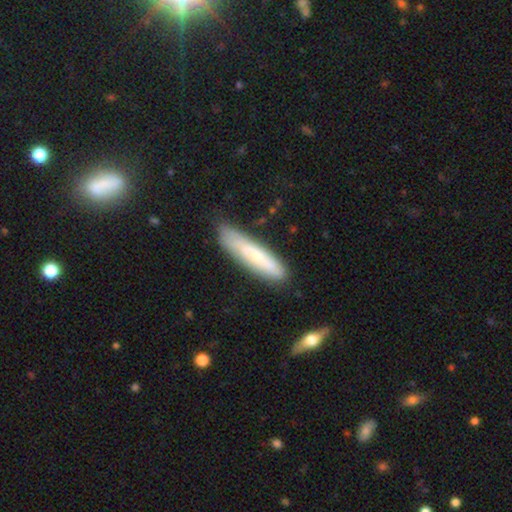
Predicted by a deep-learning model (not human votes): Smooth or featured? smooth (59%)
How rounded? cigar-shaped (81%)
Merging? none (75%)